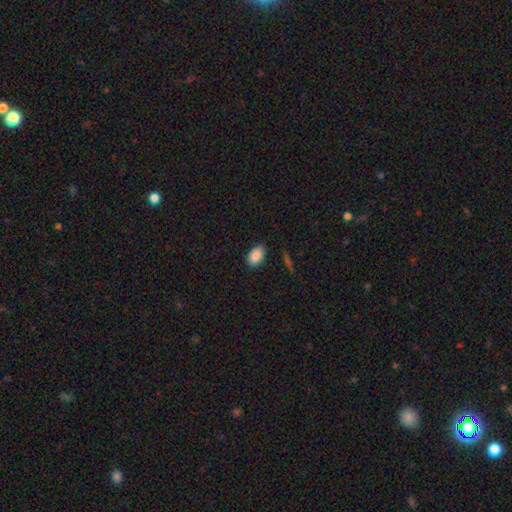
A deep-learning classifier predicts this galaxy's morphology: Q: Smooth or featured?
A: smooth (88%); runner-up: star or artifact (8%)
Q: How rounded?
A: in between (89%); runner-up: round (9%)
Q: Merging?
A: none (79%); runner-up: minor disturbance (16%)